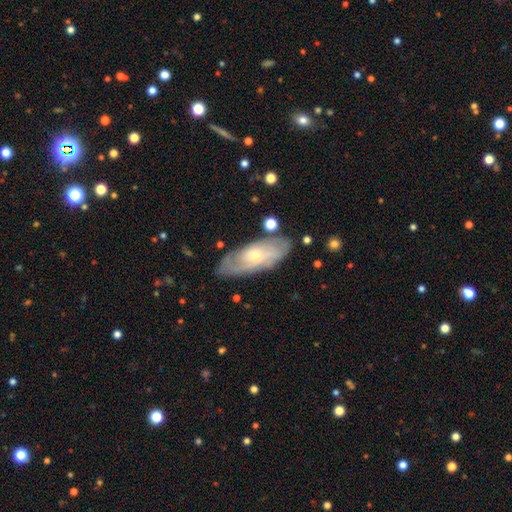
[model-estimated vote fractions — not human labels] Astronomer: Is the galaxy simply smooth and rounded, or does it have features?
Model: featured or disk — 60%.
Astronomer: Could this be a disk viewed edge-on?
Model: no — 84%.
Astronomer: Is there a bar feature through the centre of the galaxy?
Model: no — 74%.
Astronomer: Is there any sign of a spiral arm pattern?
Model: yes — 73%.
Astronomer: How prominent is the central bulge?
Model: small — 64%.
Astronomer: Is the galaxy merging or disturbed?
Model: none — 73%.